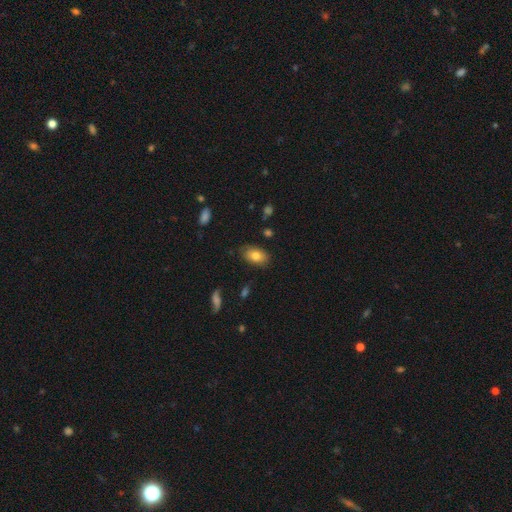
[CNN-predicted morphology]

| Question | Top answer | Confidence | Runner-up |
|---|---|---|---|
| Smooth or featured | smooth | 78% | featured or disk (14%) |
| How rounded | in between | 90% | round (8%) |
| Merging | none | 80% | minor disturbance (16%) |